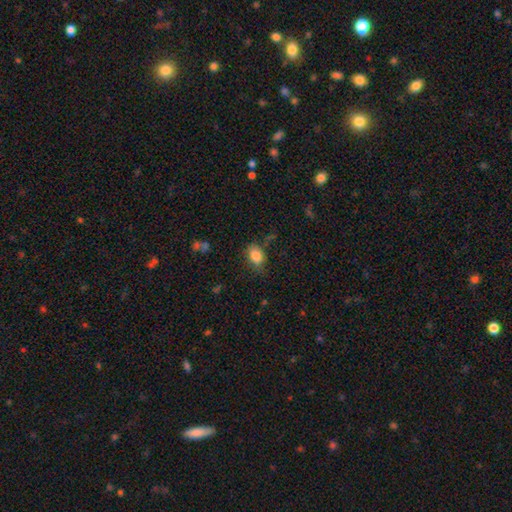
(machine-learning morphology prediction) smooth_or_featured: smooth (p=0.85) [alt: star or artifact p=0.09]
how_rounded: in between (p=0.74) [alt: round p=0.25]
merging: none (p=0.66) [alt: minor disturbance p=0.24]